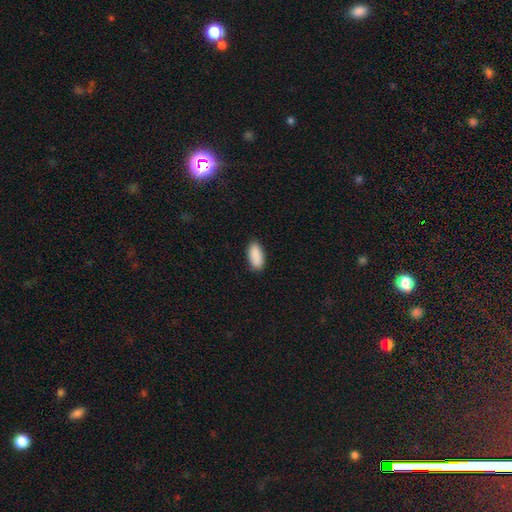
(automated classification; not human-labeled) Smooth or featured? Predicted: smooth (p=0.91). How rounded? Predicted: in between (p=0.92). Merging? Predicted: none (p=0.87).